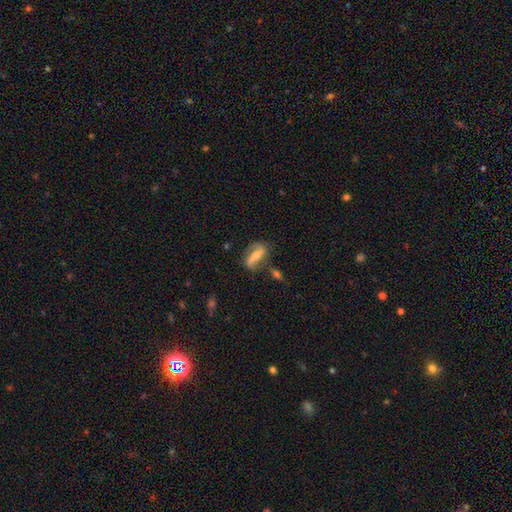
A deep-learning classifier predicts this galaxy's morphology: Smooth or featured?
  - featured or disk: 69% *
  - smooth: 24%
  - star or artifact: 7%
Edge-on disk?
  - no: 90% *
  - yes: 10%
Bar?
  - strong: 47% *
  - weak: 28%
  - no: 25%
Spiral arms?
  - yes: 87% *
  - no: 13%
Spiral winding?
  - loose: 54% *
  - medium: 32%
  - tight: 14%
Spiral arm count?
  - 2: 87% *
  - can't tell: 5%
  - 1: 5%
  - 3: 1%
  - 4: 1%
  - more than 4: 1%
Bulge size?
  - moderate: 48% *
  - small: 42%
  - none: 5%
  - large: 4%
  - dominant: 1%
Merging?
  - none: 65% *
  - minor disturbance: 19%
  - major disturbance: 9%
  - merger: 8%